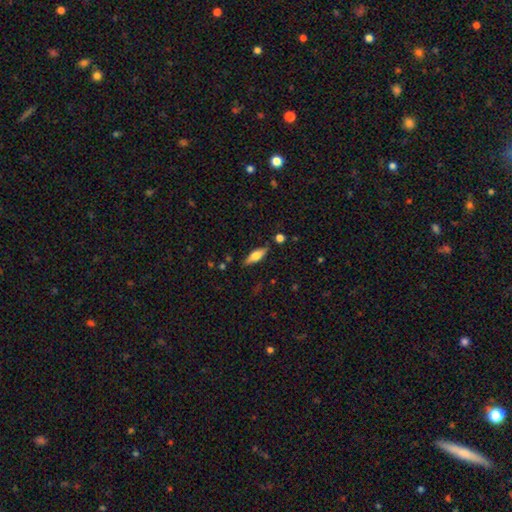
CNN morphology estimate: This is possibly a smooth galaxy (51%). How rounded: possibly in between (55%). Merging: clearly none (83%).